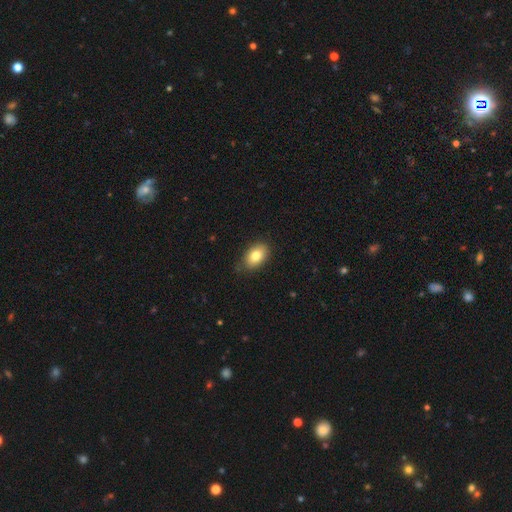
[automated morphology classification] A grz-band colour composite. It shows a smooth galaxy with no disk features (80%) that is in between round and cigar-shaped (87%). Merging: none (81%).